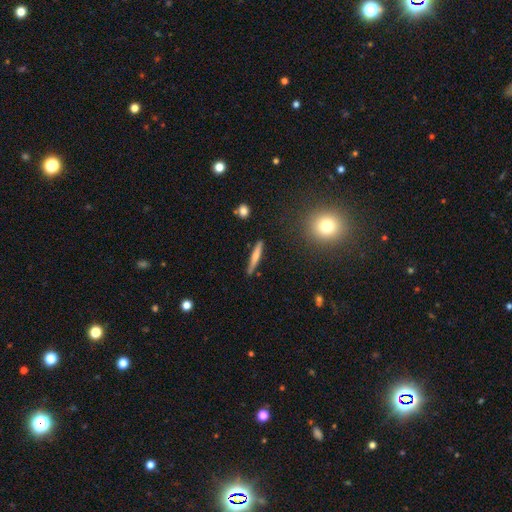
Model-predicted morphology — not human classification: Smooth or featured? smooth (59%)
How rounded? cigar-shaped (93%)
Merging? none (83%)